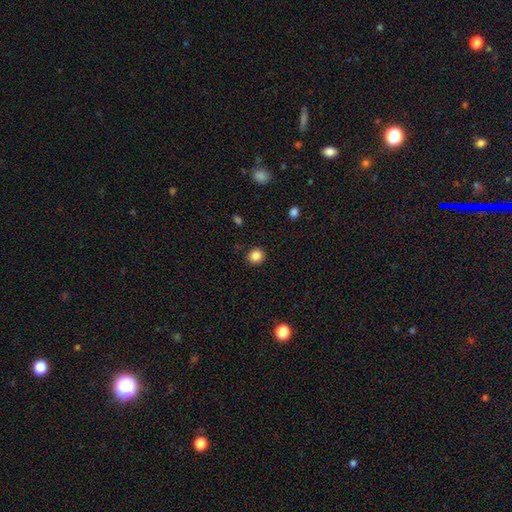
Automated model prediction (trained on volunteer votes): Smooth or featured?
  - smooth: 85% *
  - star or artifact: 11%
  - featured or disk: 4%
How rounded?
  - round: 83% *
  - in between: 16%
  - cigar-shaped: 1%
Merging?
  - none: 90% *
  - minor disturbance: 7%
  - major disturbance: 2%
  - merger: 1%